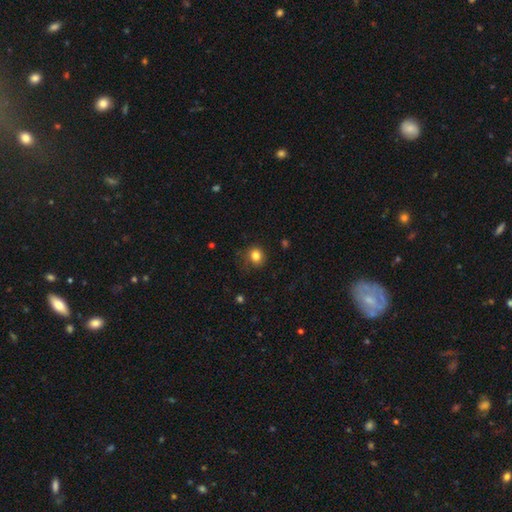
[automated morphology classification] smooth-or-featured: smooth: 82% | star or artifact: 11% | featured or disk: 6%
  how-rounded: round: 80% | in between: 19% | cigar-shaped: 1%
  merging: none: 74% | minor disturbance: 18% | major disturbance: 7% | merger: 1%